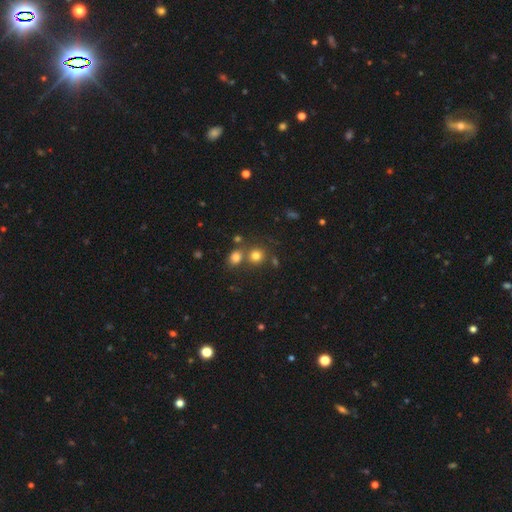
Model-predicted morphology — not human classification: Smooth or featured? Predicted: smooth (p=0.76). How rounded? Predicted: round (p=0.84). Merging? Predicted: none (p=0.63).